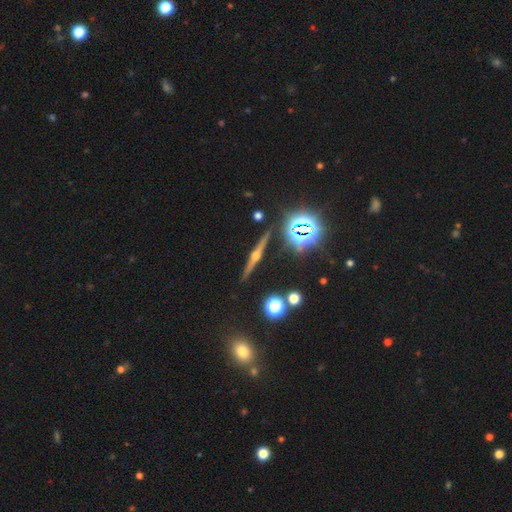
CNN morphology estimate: featured or disk 73%, star or artifact 15%, smooth 12%. Down the decision tree: edge-on disk — yes (97%); edge-on bulge — rounded (94%); merging — none (90%).